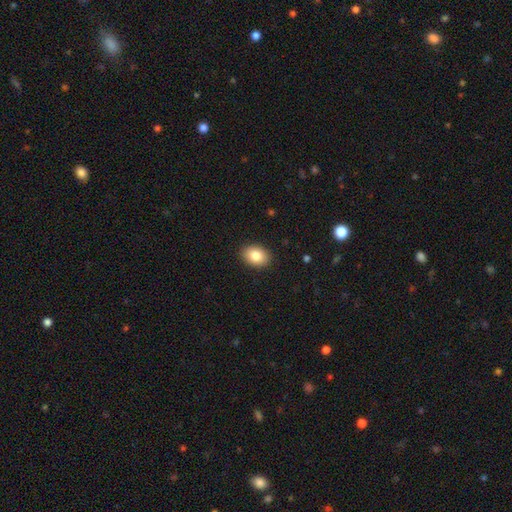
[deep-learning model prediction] Smooth or featured? smooth (84%)
How rounded? in between (75%)
Merging? none (90%)